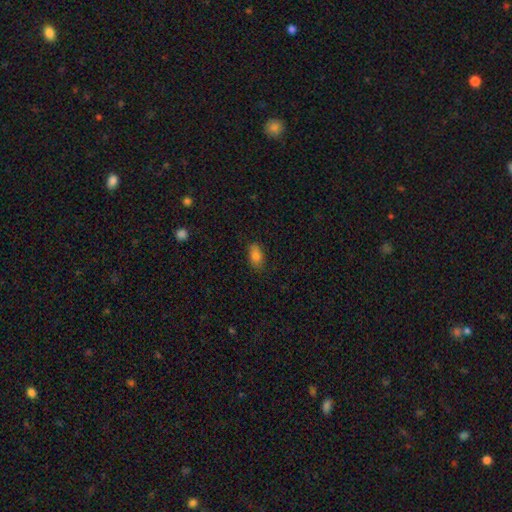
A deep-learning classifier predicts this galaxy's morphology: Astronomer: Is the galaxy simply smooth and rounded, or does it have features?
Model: smooth — 81%.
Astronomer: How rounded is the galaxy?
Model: in between — 89%.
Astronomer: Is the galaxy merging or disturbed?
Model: none — 81%.